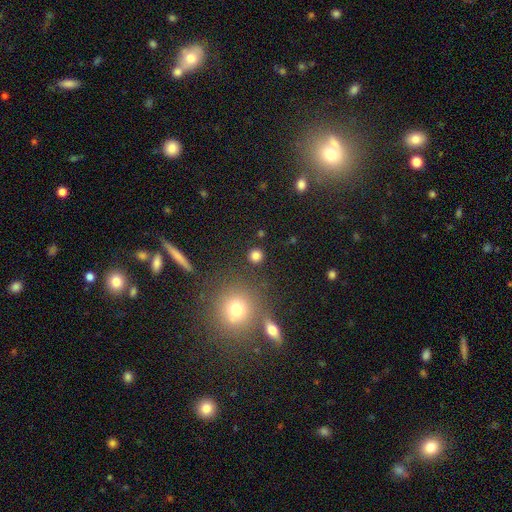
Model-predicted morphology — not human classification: This appears to be a smooth galaxy with no disk features (81%) that is round (92%). Merging: none (89%).